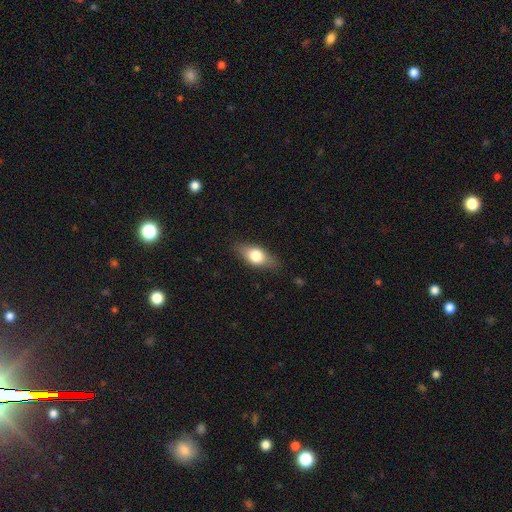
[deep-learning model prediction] Q: Smooth or featured?
A: smooth (66%); runner-up: featured or disk (27%)
Q: How rounded?
A: in between (78%); runner-up: cigar-shaped (13%)
Q: Merging?
A: none (81%); runner-up: minor disturbance (15%)